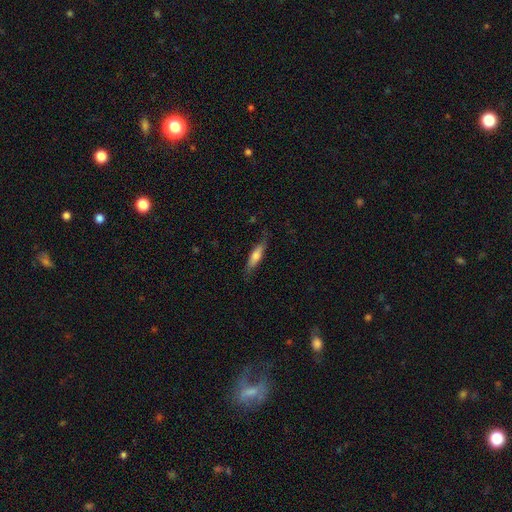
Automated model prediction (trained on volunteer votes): Smooth or featured?
  - smooth: 63% *
  - featured or disk: 31%
  - star or artifact: 6%
How rounded?
  - cigar-shaped: 70% *
  - in between: 28%
  - round: 2%
Merging?
  - none: 78% *
  - minor disturbance: 17%
  - major disturbance: 4%
  - merger: 1%